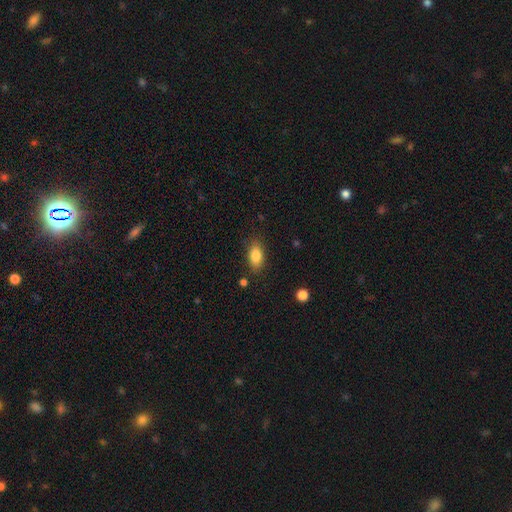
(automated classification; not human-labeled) smooth 83%, featured or disk 9%, star or artifact 8%. Down the decision tree: how rounded — in between (88%); merging — none (83%).